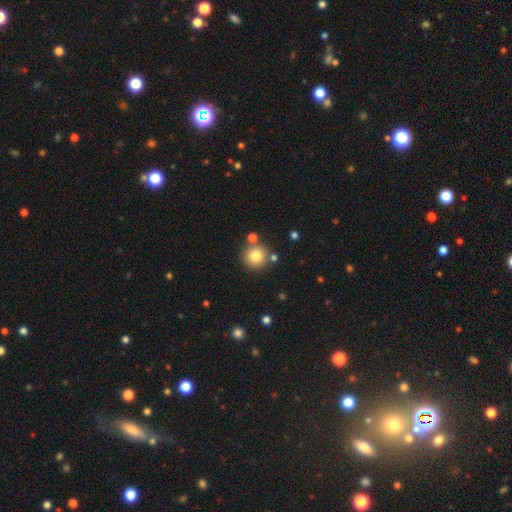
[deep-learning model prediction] A smooth galaxy with no disk features (80%) that is round (94%). Merging: none (78%).